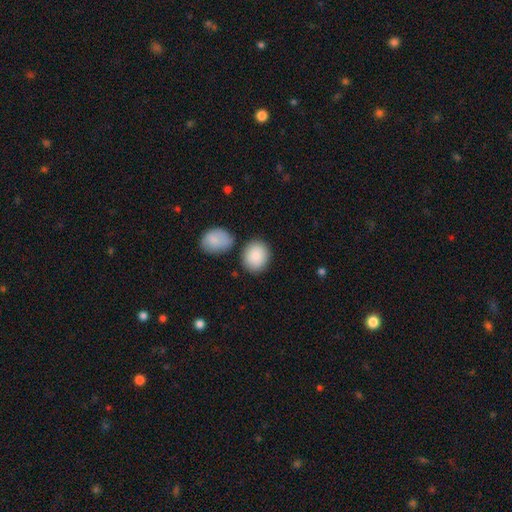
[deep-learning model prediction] This is clearly a smooth galaxy (89%). How rounded: likely round (64%). Merging: likely none (74%).